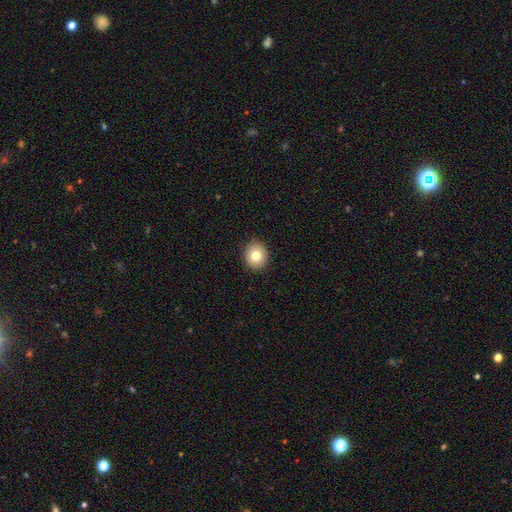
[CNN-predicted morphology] A smooth galaxy with no disk features (79%) that is round (76%). Merging: none (90%).